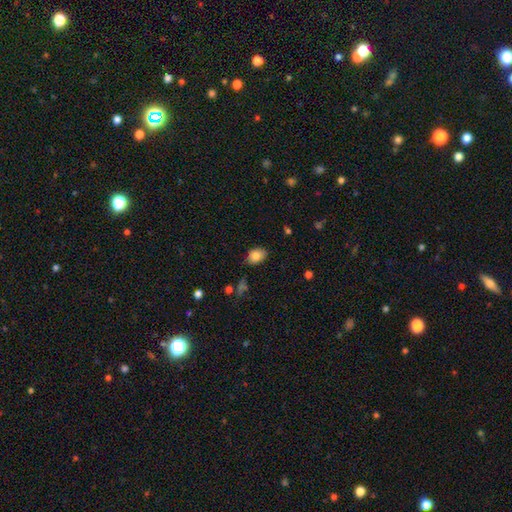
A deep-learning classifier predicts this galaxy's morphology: Smooth or featured: smooth — 84% (star or artifact — 9%)
How rounded: in between — 79% (round — 20%)
Merging: none — 76% (minor disturbance — 19%)